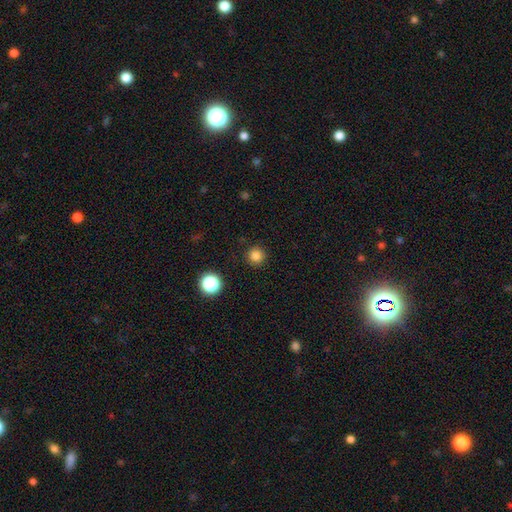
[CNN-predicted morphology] Smooth or featured? Predicted: smooth (p=0.82). How rounded? Predicted: round (p=0.95). Merging? Predicted: none (p=0.92).